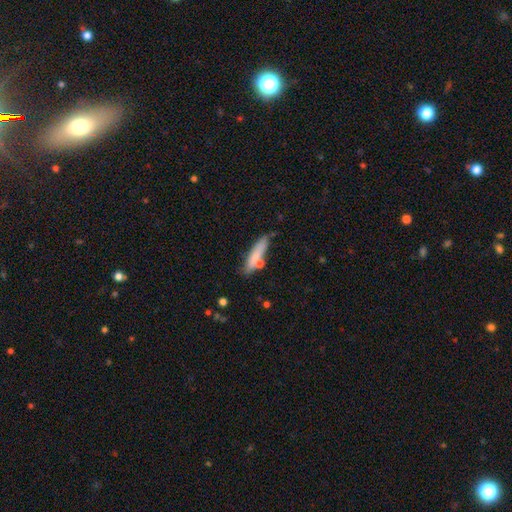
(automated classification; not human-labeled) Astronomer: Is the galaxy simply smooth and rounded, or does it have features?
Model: smooth — 73%.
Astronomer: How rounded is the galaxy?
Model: cigar-shaped — 80%.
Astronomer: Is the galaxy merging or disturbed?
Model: none — 69%.